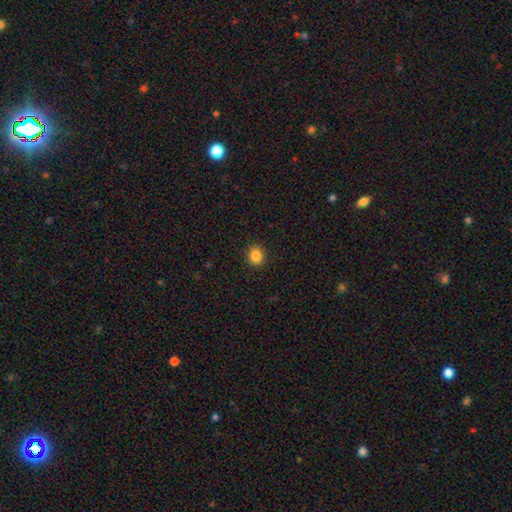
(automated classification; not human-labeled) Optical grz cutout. It shows a smooth galaxy with no disk features (86%) that is round (82%). Merging: none (91%).